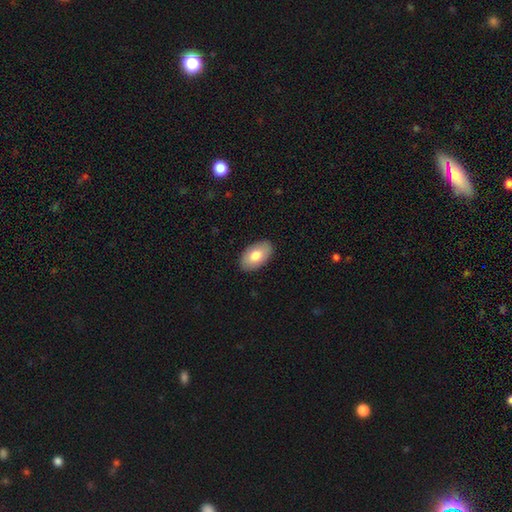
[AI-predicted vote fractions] Smooth or featured?
  - smooth: 78% *
  - featured or disk: 17%
  - star or artifact: 6%
How rounded?
  - in between: 95% *
  - round: 4%
  - cigar-shaped: 1%
Merging?
  - none: 88% *
  - minor disturbance: 9%
  - major disturbance: 2%
  - merger: 1%